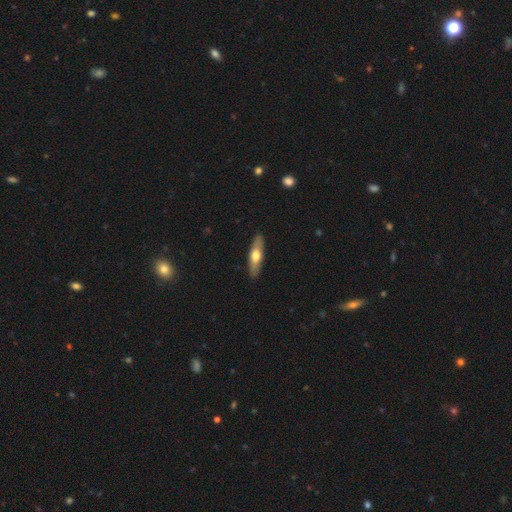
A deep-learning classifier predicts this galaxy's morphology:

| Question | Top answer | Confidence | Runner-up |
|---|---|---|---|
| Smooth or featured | smooth | 55% | featured or disk (40%) |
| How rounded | cigar-shaped | 64% | in between (34%) |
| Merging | none | 89% | minor disturbance (8%) |